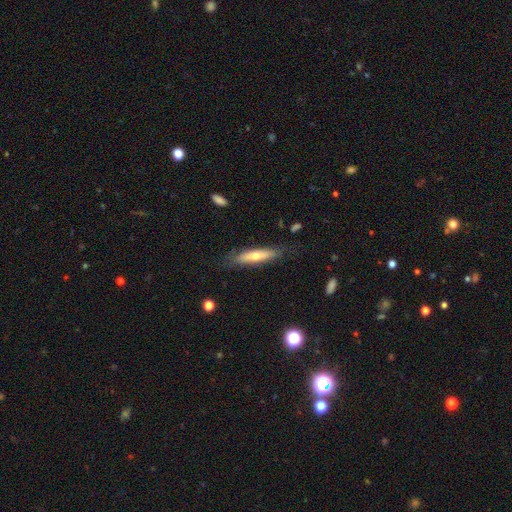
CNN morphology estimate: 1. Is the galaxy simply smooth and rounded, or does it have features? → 52% smooth, 41% featured or disk, 7% star or artifact.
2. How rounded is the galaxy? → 80% cigar-shaped, 19% in between, 2% round.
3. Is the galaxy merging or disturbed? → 78% none, 16% minor disturbance, 4% major disturbance, 1% merger.